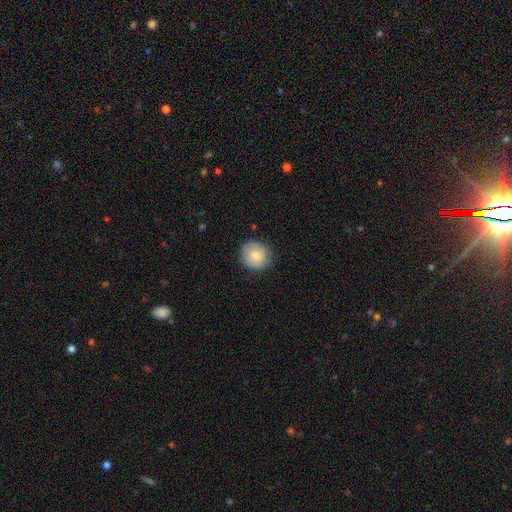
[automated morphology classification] A smooth galaxy with no disk features (78%) that is round (91%). Merging: none (81%).